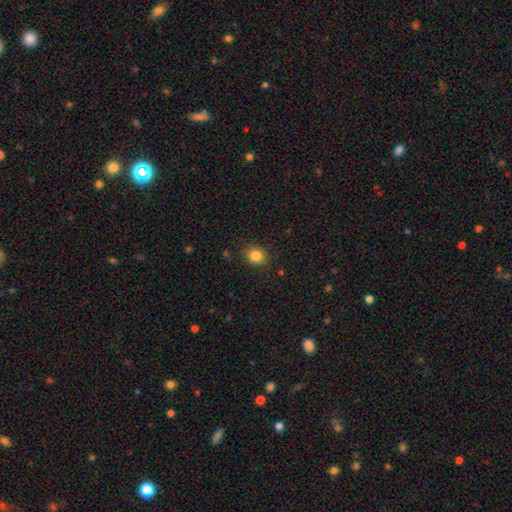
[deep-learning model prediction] smooth_or_featured: smooth (p=0.84) [alt: star or artifact p=0.11]
how_rounded: round (p=0.78) [alt: in between p=0.21]
merging: none (p=0.86) [alt: minor disturbance p=0.10]